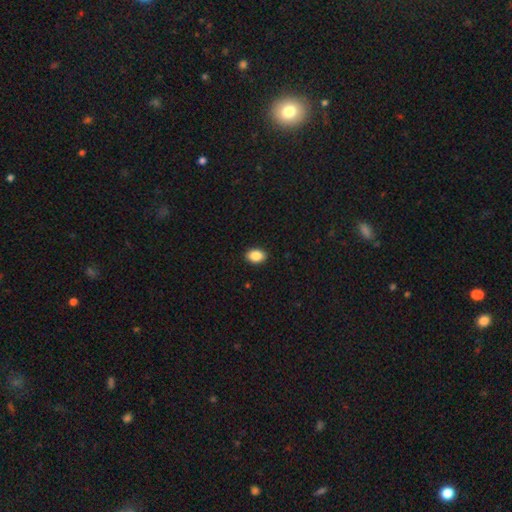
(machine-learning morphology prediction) The model was most divided on "how rounded": in between: 81%, round: 18%, cigar-shaped: 1%. More confident: merging — none (91%); smooth or featured — smooth (88%).